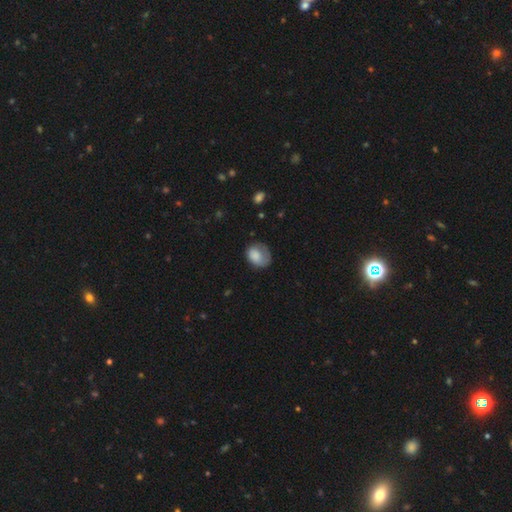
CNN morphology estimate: Smooth or featured? Predicted: smooth (p=0.73). How rounded? Predicted: in between (p=0.55). Merging? Predicted: none (p=0.45).